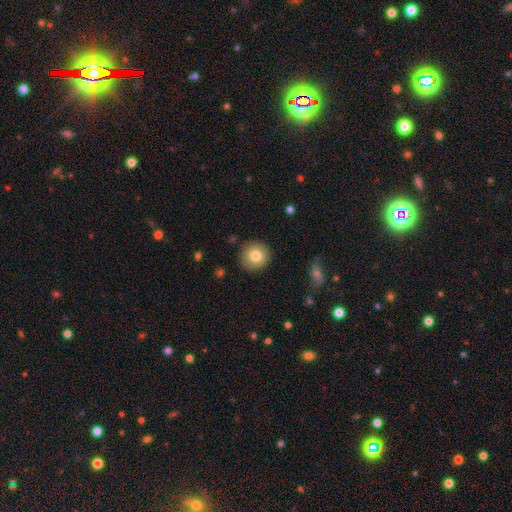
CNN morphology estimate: Overall: smooth (80%). How rounded: round (94%). Merging: none (89%).